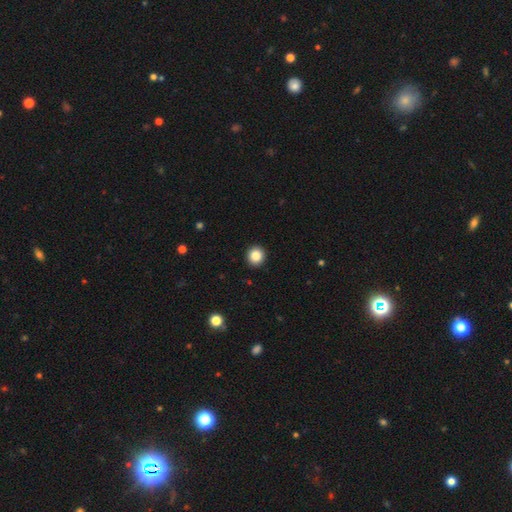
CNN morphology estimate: Smooth or featured? smooth (86%)
How rounded? round (92%)
Merging? none (93%)